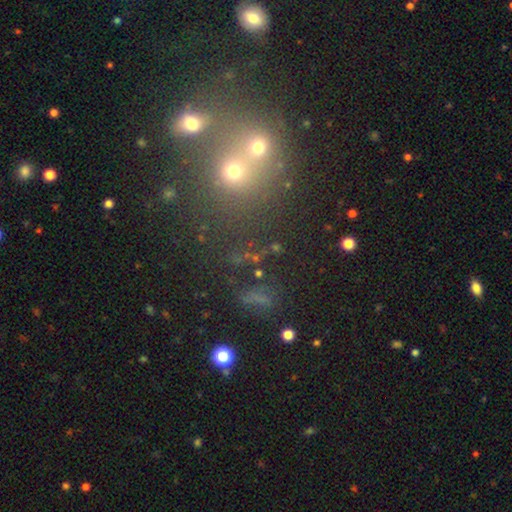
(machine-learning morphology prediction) A star or artifact, not a galaxy (46%).

Vote fractions:
- Smooth or featured? star or artifact: 46% / smooth: 39% / featured or disk: 14%